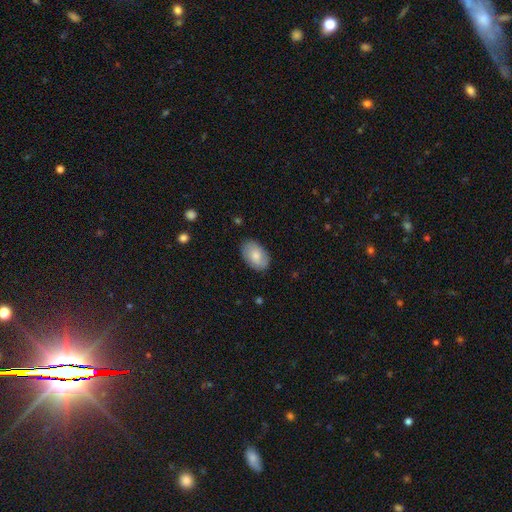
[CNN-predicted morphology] This is likely a smooth galaxy (75%). How rounded: clearly in between (91%). Merging: clearly none (83%).